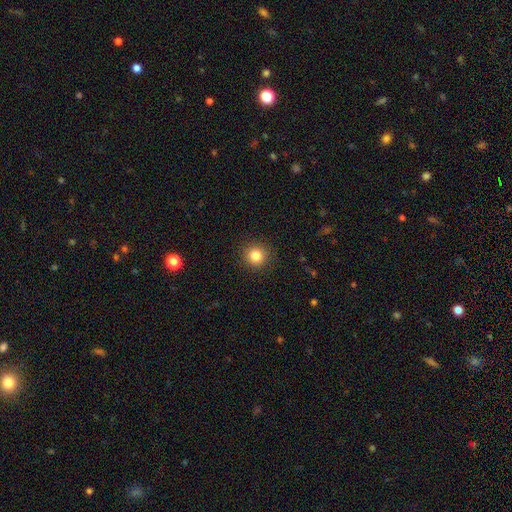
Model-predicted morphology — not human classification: Smooth or featured?
  - smooth: 83% *
  - star or artifact: 11%
  - featured or disk: 5%
How rounded?
  - round: 93% *
  - in between: 6%
  - cigar-shaped: 1%
Merging?
  - none: 92% *
  - minor disturbance: 5%
  - major disturbance: 2%
  - merger: 1%